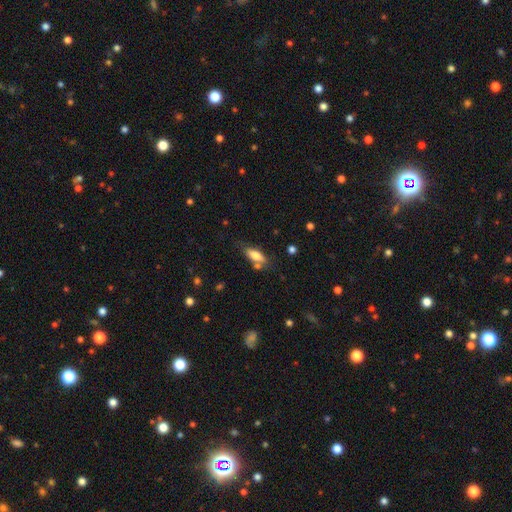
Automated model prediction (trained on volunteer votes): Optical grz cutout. It shows a smooth galaxy with no disk features (69%) that is in between round and cigar-shaped (70%). Merging: none (61%).